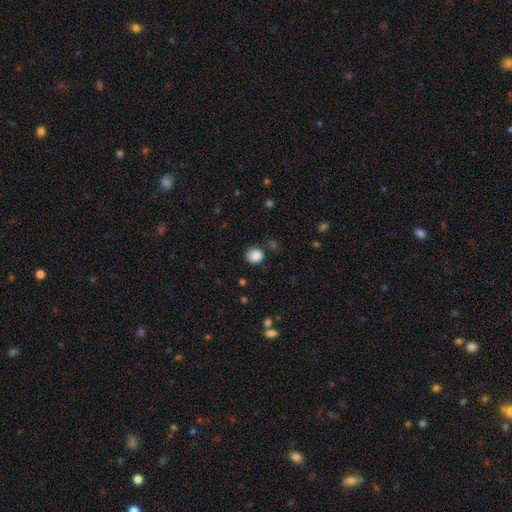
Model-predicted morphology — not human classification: smooth-or-featured: smooth: 87% | star or artifact: 10% | featured or disk: 3%
  how-rounded: round: 85% | in between: 14% | cigar-shaped: 1%
  merging: none: 78% | minor disturbance: 15% | major disturbance: 4% | merger: 3%